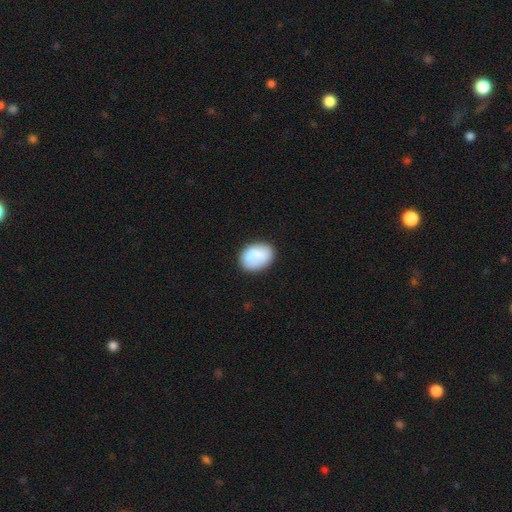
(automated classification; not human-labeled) Smooth or featured? Predicted: smooth (p=0.79). How rounded? Predicted: in between (p=0.68). Merging? Predicted: none (p=0.68).